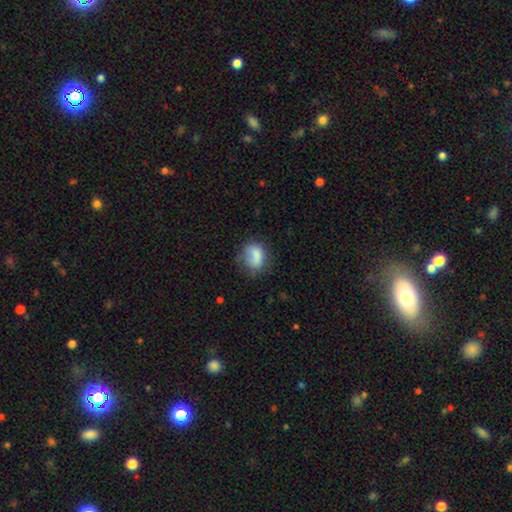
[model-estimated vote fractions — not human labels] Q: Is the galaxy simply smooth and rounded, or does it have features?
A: smooth — 79%.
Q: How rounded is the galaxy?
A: in between — 68%.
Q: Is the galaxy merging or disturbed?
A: none — 50%.